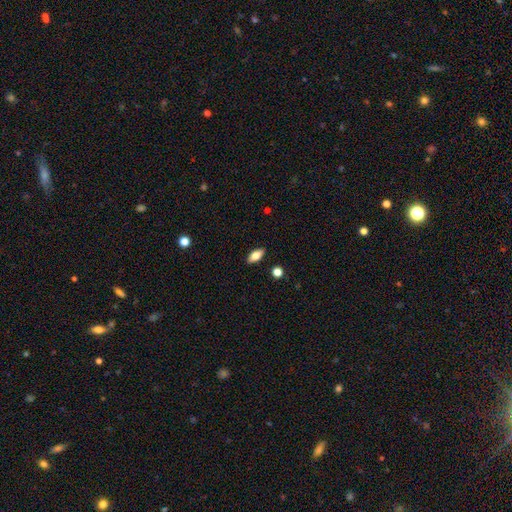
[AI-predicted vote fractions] Morphology: type=smooth (70%); roundness=in between (84%); merging=none (89%).